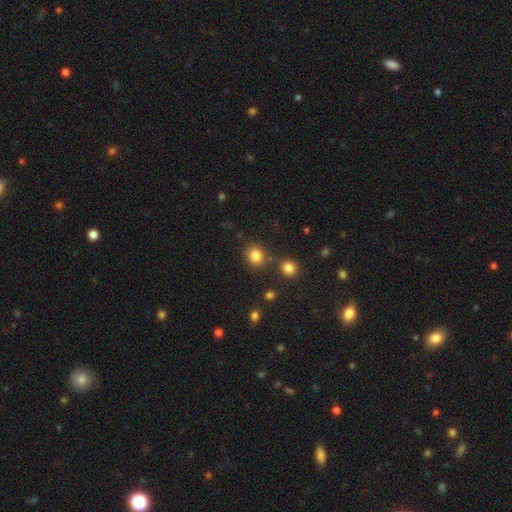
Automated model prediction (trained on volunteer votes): Morphology: type=smooth (83%); roundness=round (78%); merging=none (79%).